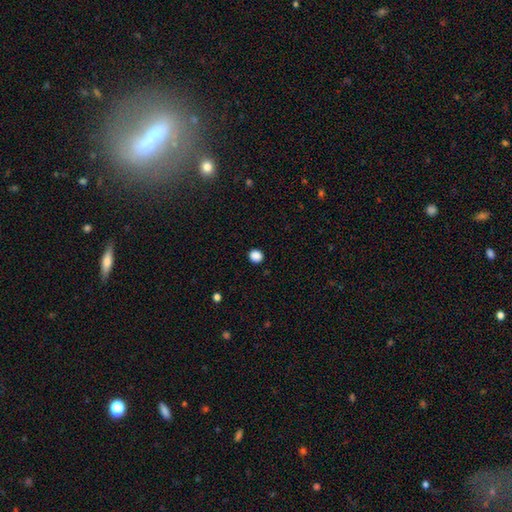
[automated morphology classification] A smooth galaxy with no disk features (87%) that is round (88%). Merging: none (92%).